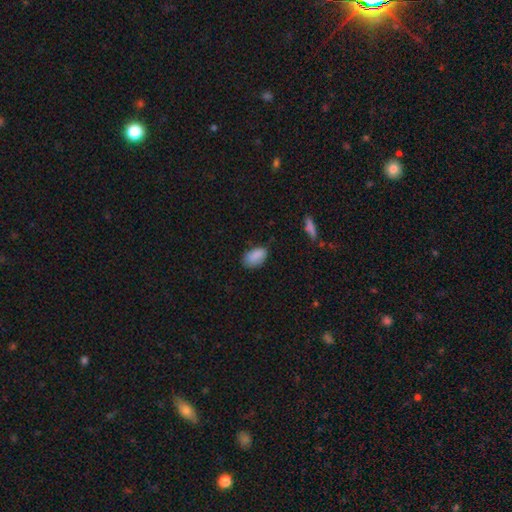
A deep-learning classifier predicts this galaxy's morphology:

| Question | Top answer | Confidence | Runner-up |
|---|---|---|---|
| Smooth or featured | smooth | 86% | star or artifact (8%) |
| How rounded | in between | 92% | round (6%) |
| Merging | none | 70% | minor disturbance (24%) |